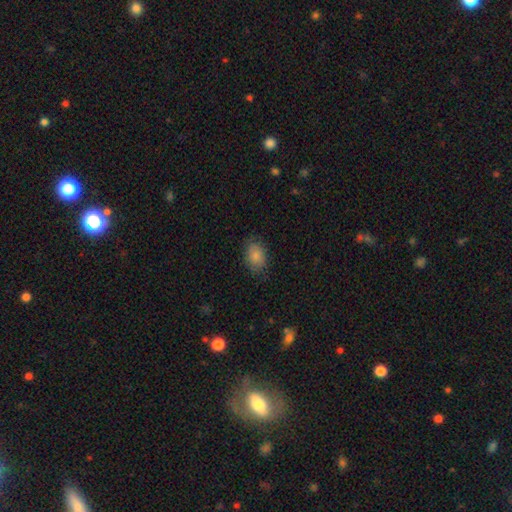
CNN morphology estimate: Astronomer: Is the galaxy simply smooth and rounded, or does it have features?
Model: smooth — 84%.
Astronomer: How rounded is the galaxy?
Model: in between — 80%.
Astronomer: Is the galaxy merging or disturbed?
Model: none — 80%.